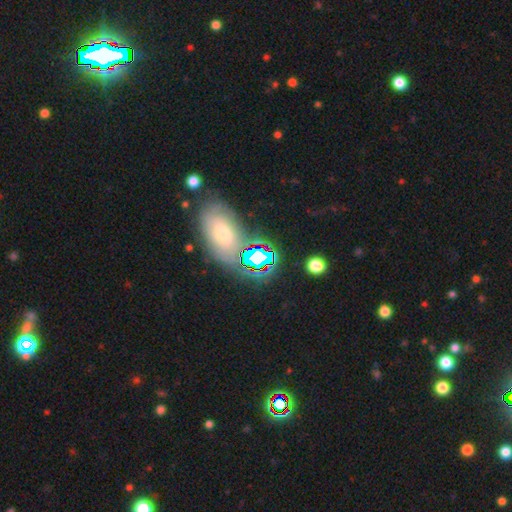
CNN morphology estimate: The model was most divided on "smooth or featured": star or artifact: 53%, smooth: 31%, featured or disk: 16%.